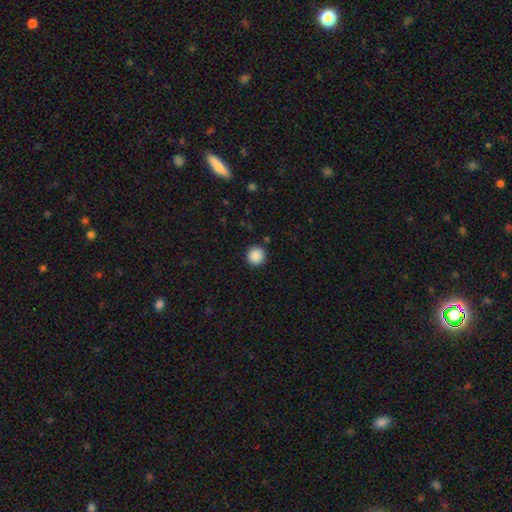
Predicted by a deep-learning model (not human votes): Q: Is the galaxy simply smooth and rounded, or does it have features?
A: smooth — 89%.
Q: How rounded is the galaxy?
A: round — 95%.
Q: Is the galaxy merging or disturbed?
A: none — 91%.